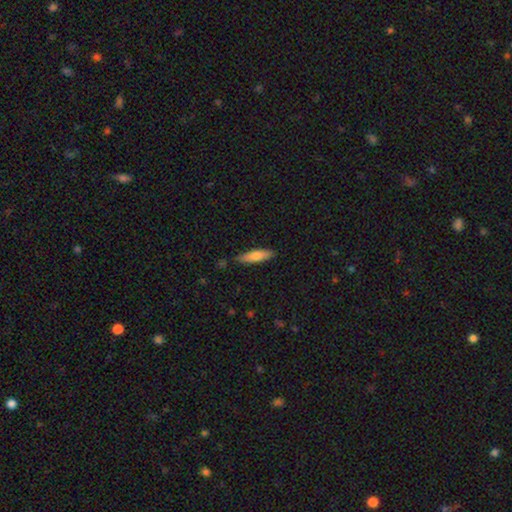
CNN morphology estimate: This appears to be a smooth galaxy with no disk features (73%) that is cigar-shaped (69%). Merging: none (83%).